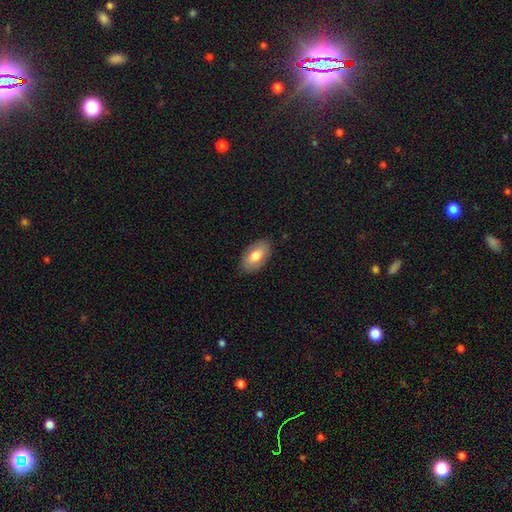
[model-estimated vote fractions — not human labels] Overall: smooth (78%). How rounded: in between (93%). Merging: none (86%).